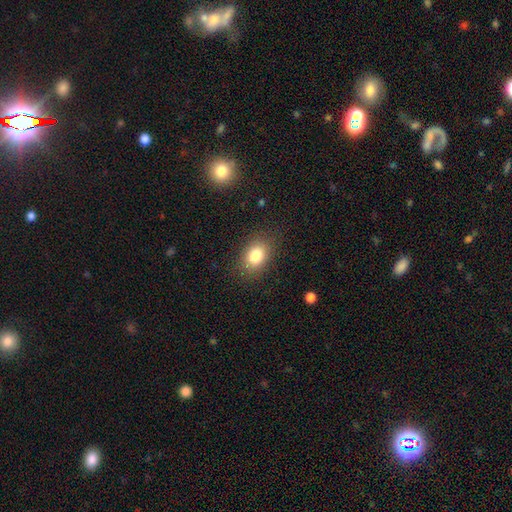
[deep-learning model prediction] Smooth or featured: smooth — 81% (star or artifact — 10%)
How rounded: in between — 75% (round — 24%)
Merging: none — 84% (minor disturbance — 11%)